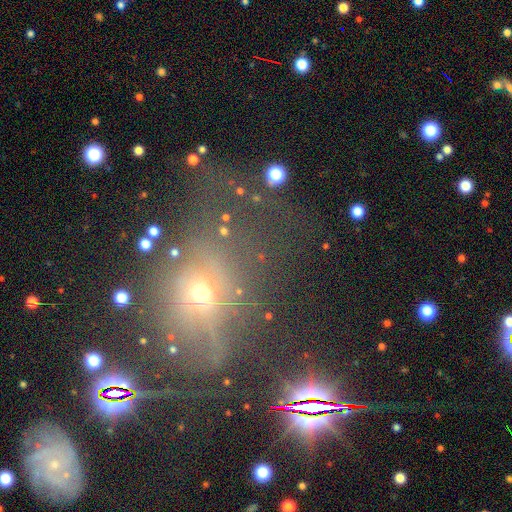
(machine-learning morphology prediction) smooth-or-featured: star or artifact: 44% | smooth: 35% | featured or disk: 21%